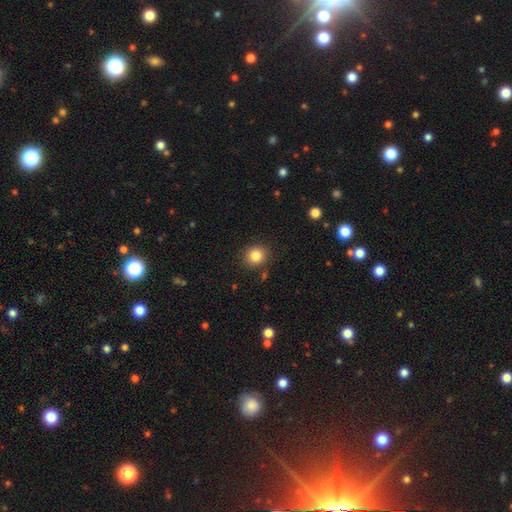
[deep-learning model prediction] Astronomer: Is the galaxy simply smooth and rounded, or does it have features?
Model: smooth — 83%.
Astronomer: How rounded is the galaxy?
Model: round — 87%.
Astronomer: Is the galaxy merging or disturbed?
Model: none — 88%.